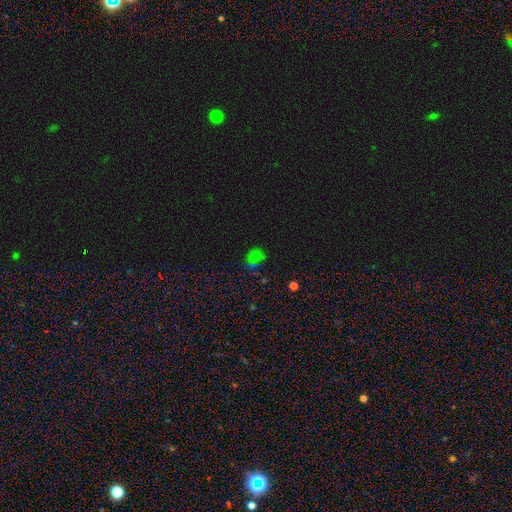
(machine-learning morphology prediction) smooth-or-featured: star or artifact: 46% | smooth: 45% | featured or disk: 10%